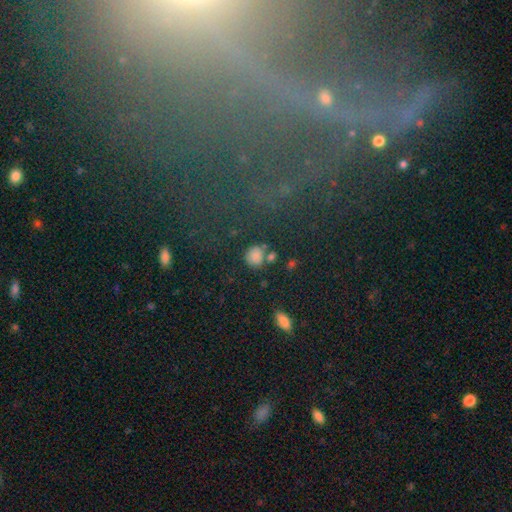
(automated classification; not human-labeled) A smooth galaxy with no disk features (81%) that is round (83%). Merging: none (66%).